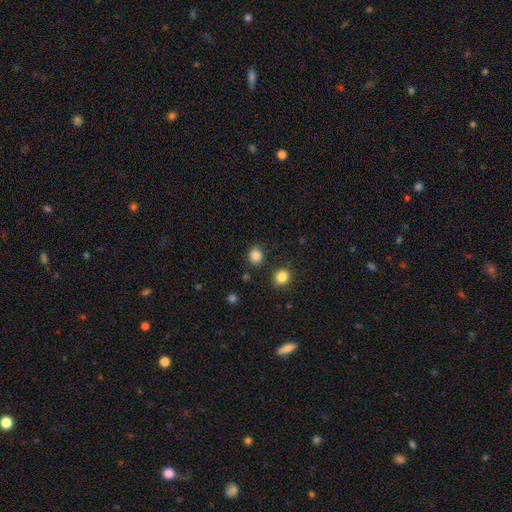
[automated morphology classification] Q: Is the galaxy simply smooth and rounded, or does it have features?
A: smooth — 85%.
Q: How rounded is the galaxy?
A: round — 82%.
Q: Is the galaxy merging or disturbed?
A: none — 85%.